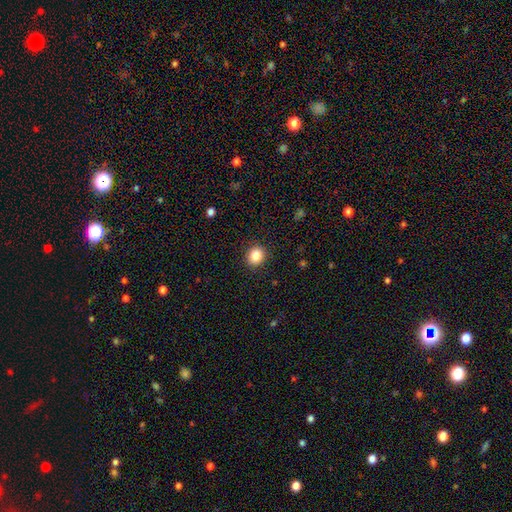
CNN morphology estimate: This appears to be a smooth galaxy with no disk features (85%) that is round (73%). Merging: none (91%).